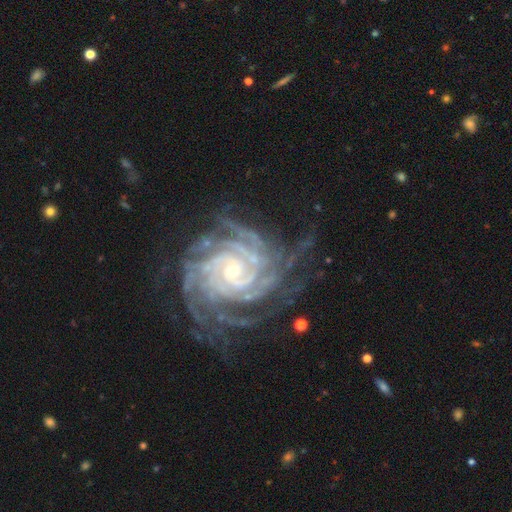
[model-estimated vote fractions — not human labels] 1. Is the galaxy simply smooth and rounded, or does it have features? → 92% featured or disk, 6% star or artifact, 3% smooth.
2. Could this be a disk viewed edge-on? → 98% no, 2% yes.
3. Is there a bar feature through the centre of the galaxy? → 57% no, 27% weak, 16% strong.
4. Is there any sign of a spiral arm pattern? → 99% yes, 1% no.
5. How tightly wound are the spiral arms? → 83% tight, 15% medium, 2% loose.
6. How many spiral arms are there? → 27% more than 4, 25% 4, 15% can't tell, 13% 3, 10% 2, 9% 1.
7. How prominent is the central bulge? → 67% small, 29% moderate, 2% large, 1% none, 1% dominant.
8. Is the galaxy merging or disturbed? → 73% none, 16% minor disturbance, 9% major disturbance, 2% merger.